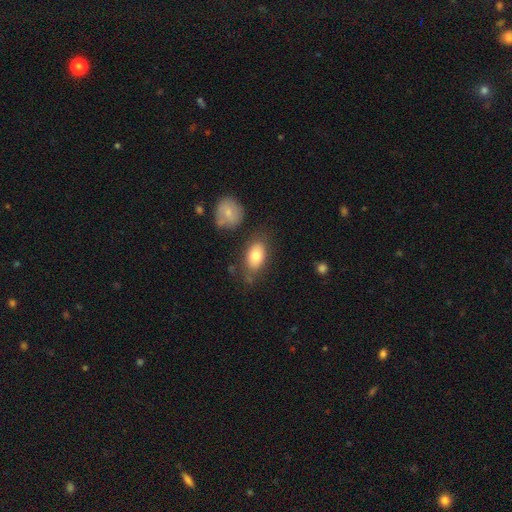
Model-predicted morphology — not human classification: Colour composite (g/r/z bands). It shows a smooth galaxy with no disk features (80%) that is in between round and cigar-shaped (88%). Merging: none (70%).